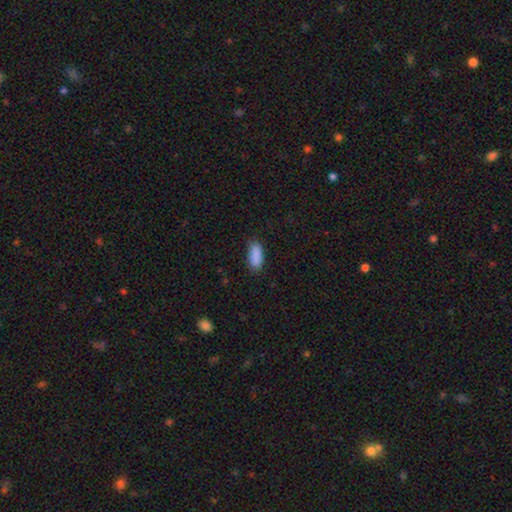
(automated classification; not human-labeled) Smooth or featured?
  - smooth: 89% *
  - star or artifact: 7%
  - featured or disk: 4%
How rounded?
  - in between: 82% *
  - cigar-shaped: 16%
  - round: 2%
Merging?
  - none: 78% *
  - minor disturbance: 18%
  - major disturbance: 3%
  - merger: 1%